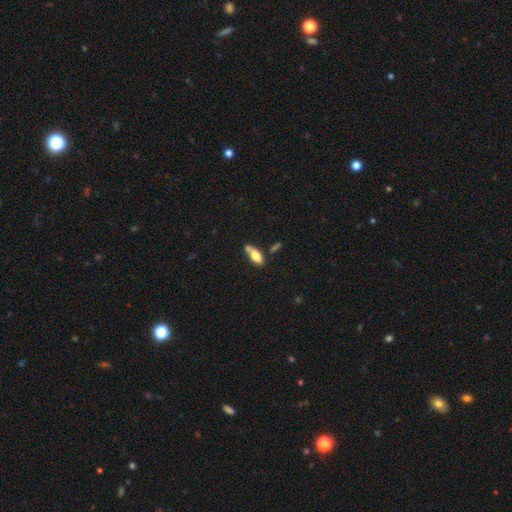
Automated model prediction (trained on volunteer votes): smooth_or_featured: smooth (p=0.64) [alt: featured or disk p=0.29]
how_rounded: in between (p=0.75) [alt: cigar-shaped p=0.21]
merging: none (p=0.53) [alt: merger p=0.26]